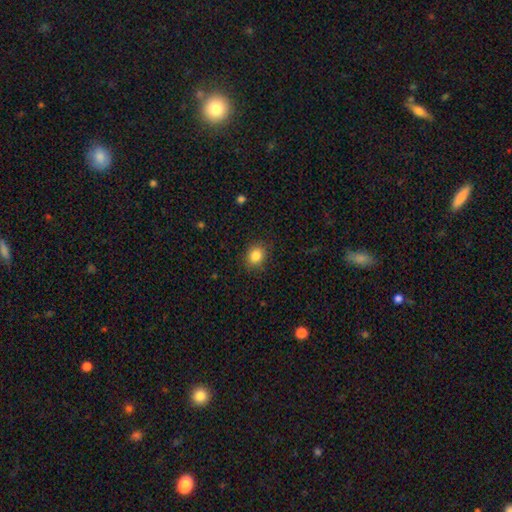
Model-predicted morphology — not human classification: A smooth galaxy with no disk features (85%) that is round (62%).

Vote fractions:
- Smooth or featured? smooth: 85% / star or artifact: 10% / featured or disk: 5%
- How rounded? round: 62% / in between: 37% / cigar-shaped: 1%
- Merging? none: 86% / minor disturbance: 10% / major disturbance: 3% / merger: 1%